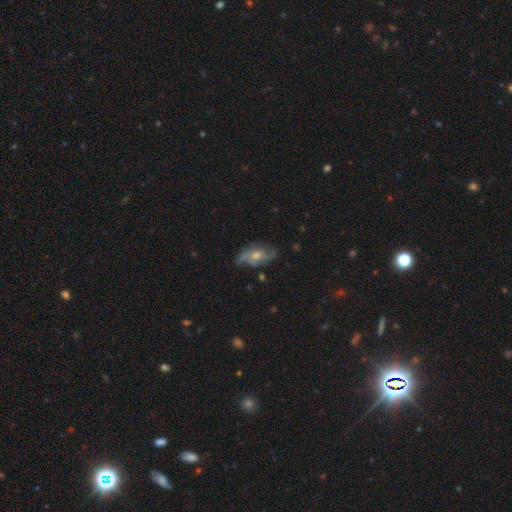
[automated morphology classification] Q: Smooth or featured?
A: featured or disk (72%); runner-up: smooth (20%)
Q: Edge-on disk?
A: no (91%); runner-up: yes (9%)
Q: Bar?
A: no (70%); runner-up: weak (24%)
Q: Spiral arms?
A: yes (88%); runner-up: no (12%)
Q: Spiral winding?
A: loose (49%); runner-up: medium (36%)
Q: Spiral arm count?
A: 2 (64%); runner-up: can't tell (15%)
Q: Bulge size?
A: moderate (59%); runner-up: small (33%)
Q: Merging?
A: none (65%); runner-up: minor disturbance (23%)